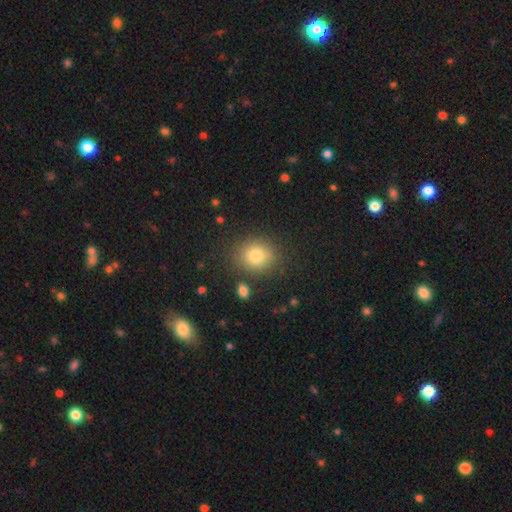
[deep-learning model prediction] The model was most divided on "how rounded": round: 70%, in between: 29%, cigar-shaped: 1%. More confident: merging — none (83%); smooth or featured — smooth (80%).